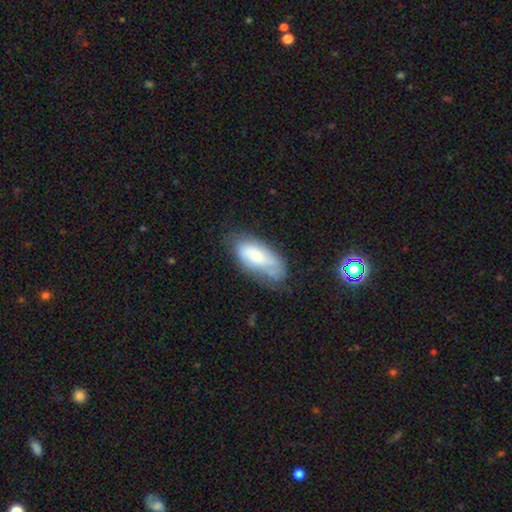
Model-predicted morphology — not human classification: Smooth or featured? Predicted: smooth (p=0.57). How rounded? Predicted: in between (p=0.87). Merging? Predicted: none (p=0.52).